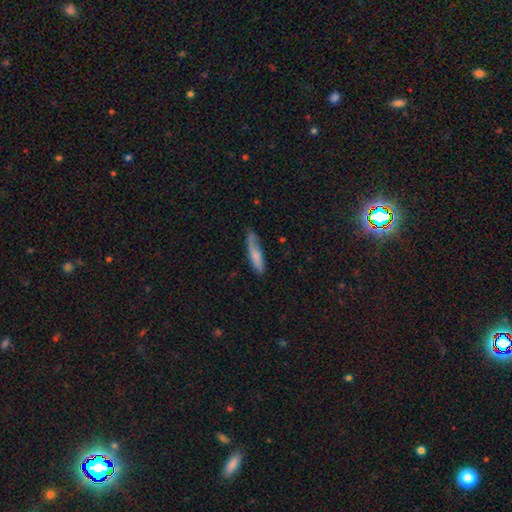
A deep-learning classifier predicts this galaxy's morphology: The model was most divided on "merging": none: 66%, minor disturbance: 25%, major disturbance: 6%, merger: 3%. More confident: how rounded — cigar-shaped (79%); smooth or featured — smooth (72%).